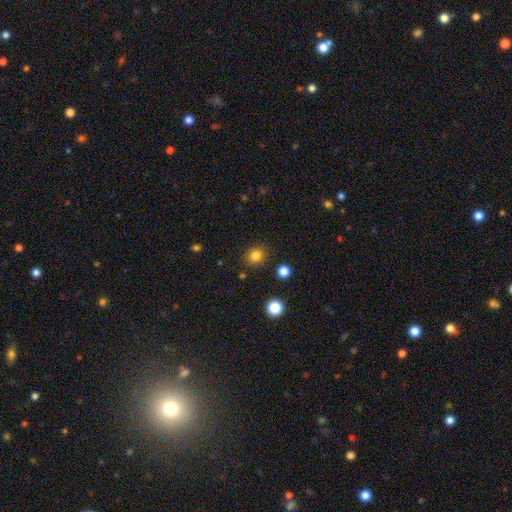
This appears to be a smooth galaxy with no disk features (82%) that is round (67%). Merging: none (92%).